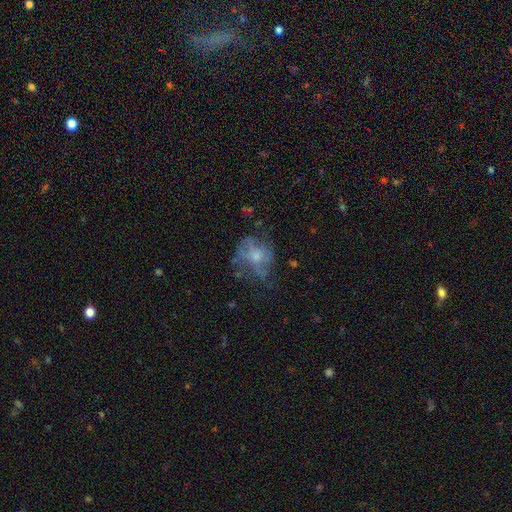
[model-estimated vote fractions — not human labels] This appears to be a featured or disk galaxy (49%). Merging: none (45%).